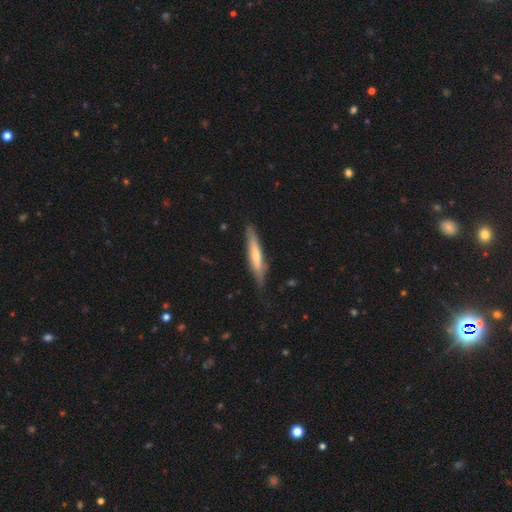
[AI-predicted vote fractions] A smooth galaxy with no disk features (47%, tied with featured or disk). Merging: none (78%).